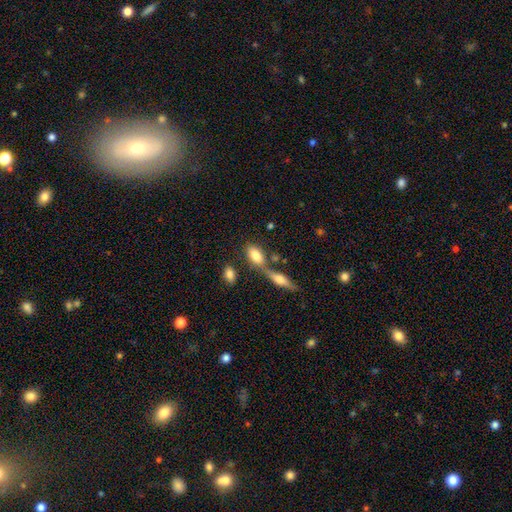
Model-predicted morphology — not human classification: Overall: smooth (78%). How rounded: in between (88%). Merging: none (53%; merger 29%).